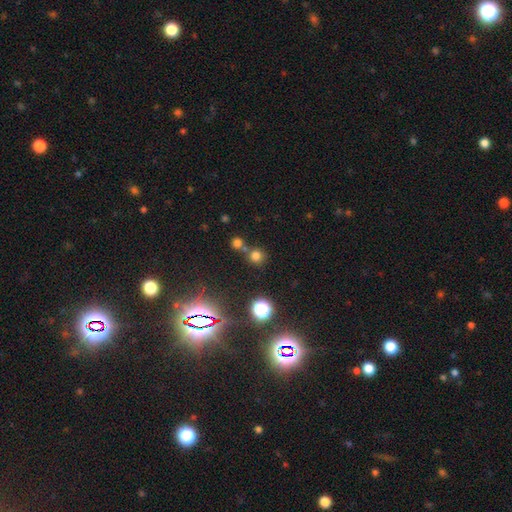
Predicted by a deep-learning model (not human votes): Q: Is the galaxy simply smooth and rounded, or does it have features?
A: smooth — 67%.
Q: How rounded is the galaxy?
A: round — 92%.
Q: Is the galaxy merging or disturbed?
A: none — 65%.